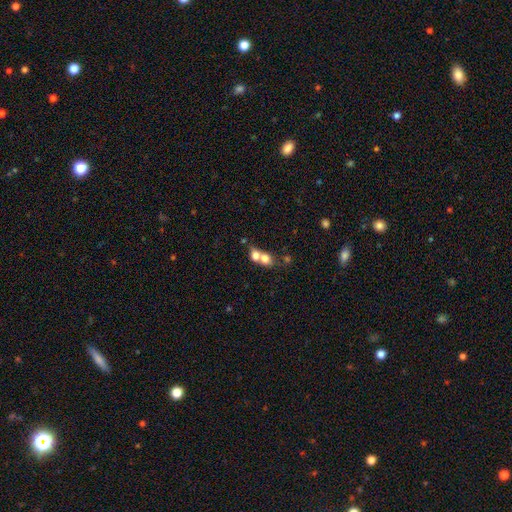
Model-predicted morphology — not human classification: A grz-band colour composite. It shows a smooth galaxy with no disk features (72%) that is round (55%). Merging: merger (71%).